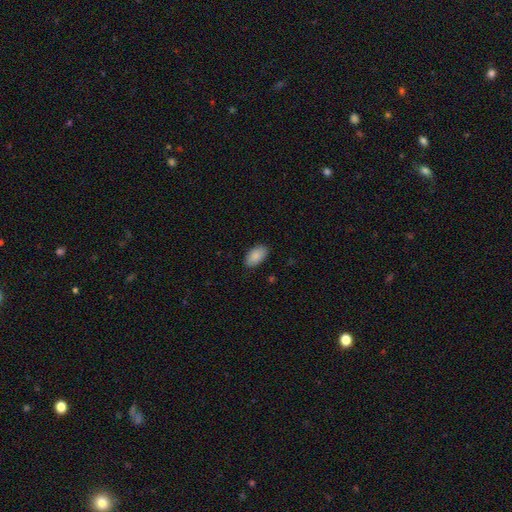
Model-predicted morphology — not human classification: This is clearly a smooth galaxy (89%). How rounded: clearly in between (95%). Merging: clearly none (87%).